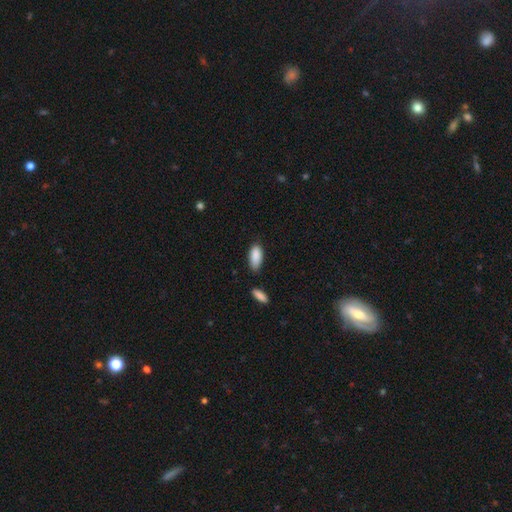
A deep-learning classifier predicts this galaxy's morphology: Smooth or featured: smooth — 89% (star or artifact — 6%)
How rounded: in between — 85% (cigar-shaped — 13%)
Merging: none — 73% (minor disturbance — 18%)